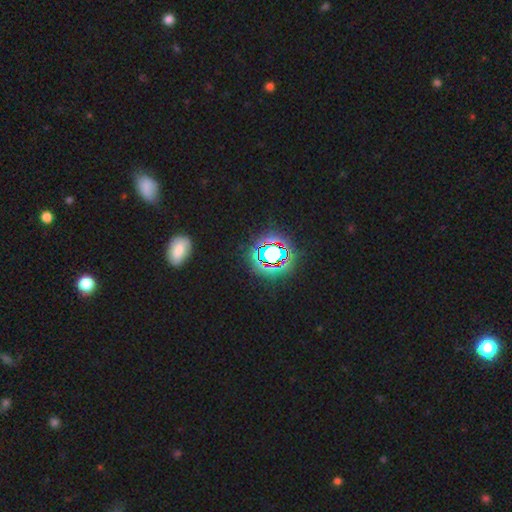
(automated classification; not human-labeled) Smooth or featured? star or artifact (73%)